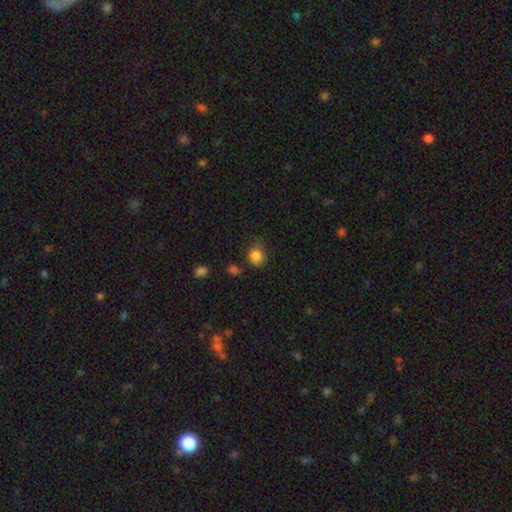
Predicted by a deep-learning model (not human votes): smooth-or-featured: smooth: 84% | star or artifact: 11% | featured or disk: 5%
  how-rounded: round: 76% | in between: 23% | cigar-shaped: 1%
  merging: none: 62% | minor disturbance: 26% | major disturbance: 8% | merger: 4%